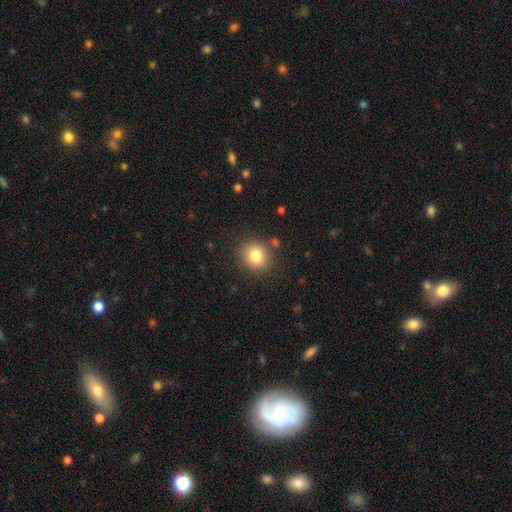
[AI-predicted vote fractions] A smooth galaxy with no disk features (81%) that is round (82%).

Vote fractions:
- Smooth or featured? smooth: 81% / star or artifact: 11% / featured or disk: 8%
- How rounded? round: 82% / in between: 17% / cigar-shaped: 1%
- Merging? none: 85% / minor disturbance: 9% / merger: 3% / major disturbance: 3%